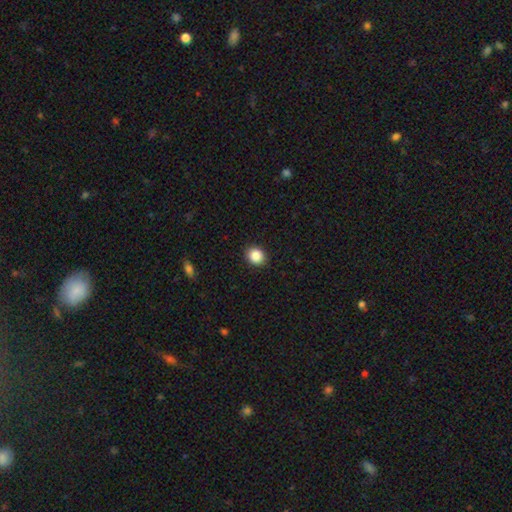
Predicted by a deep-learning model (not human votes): A smooth galaxy with no disk features (87%) that is round (71%). Merging: none (91%).